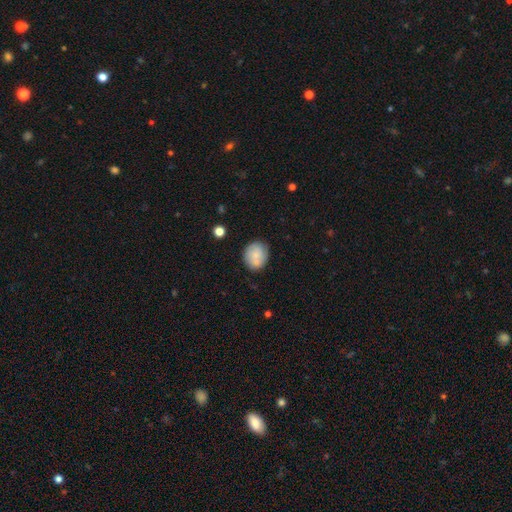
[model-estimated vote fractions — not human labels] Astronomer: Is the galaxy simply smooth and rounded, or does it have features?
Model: smooth — 72%.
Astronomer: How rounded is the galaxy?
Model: round — 70%.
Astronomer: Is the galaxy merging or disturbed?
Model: none — 68%.